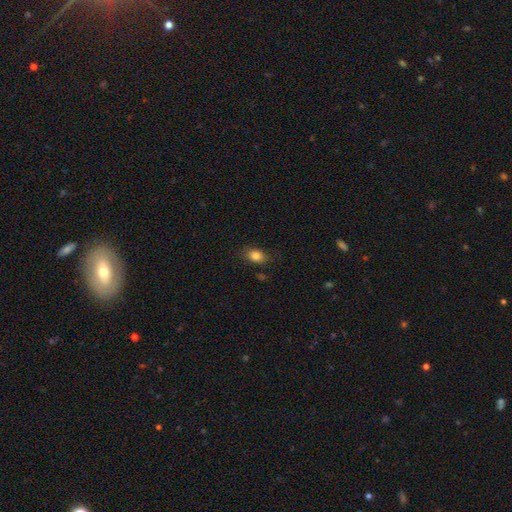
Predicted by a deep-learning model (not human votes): This appears to be a smooth galaxy with no disk features (83%) that is in between round and cigar-shaped (80%). Merging: none (80%).